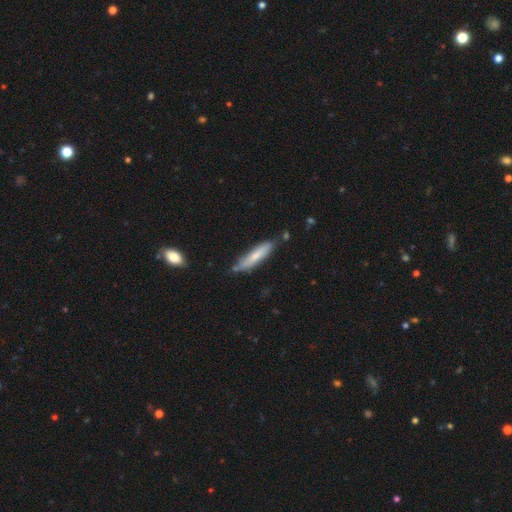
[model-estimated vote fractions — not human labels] Smooth or featured: smooth — 70% (featured or disk — 24%)
How rounded: cigar-shaped — 84% (in between — 15%)
Merging: none — 72% (minor disturbance — 20%)